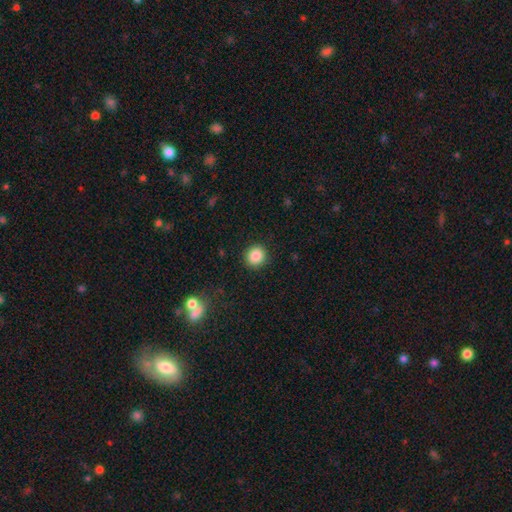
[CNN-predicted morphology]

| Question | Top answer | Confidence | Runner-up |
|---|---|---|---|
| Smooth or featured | smooth | 87% | star or artifact (9%) |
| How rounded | round | 86% | in between (13%) |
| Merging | none | 90% | minor disturbance (6%) |